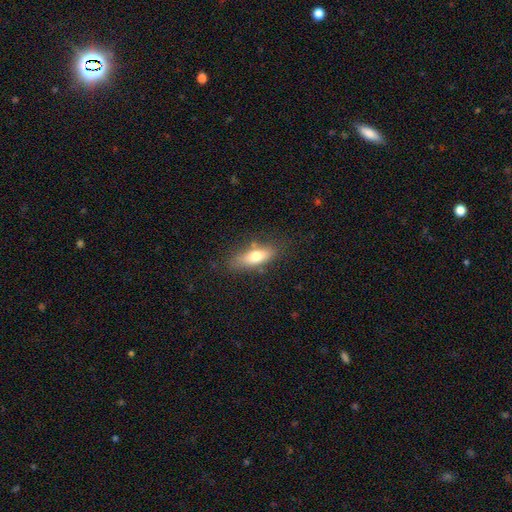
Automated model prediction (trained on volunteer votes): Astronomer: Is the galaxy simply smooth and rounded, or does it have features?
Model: smooth — 70%.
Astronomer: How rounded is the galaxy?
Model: in between — 66%.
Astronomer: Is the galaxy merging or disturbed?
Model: none — 73%.